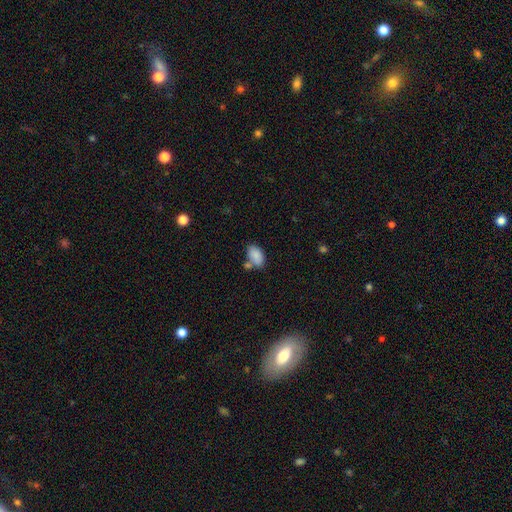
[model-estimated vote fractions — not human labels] Smooth or featured? Predicted: smooth (p=0.85). How rounded? Predicted: in between (p=0.92). Merging? Predicted: none (p=0.54).